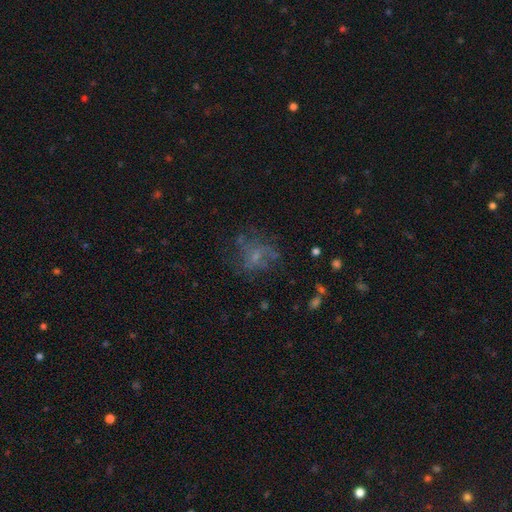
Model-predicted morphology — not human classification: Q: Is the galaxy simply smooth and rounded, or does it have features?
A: featured or disk — 43%.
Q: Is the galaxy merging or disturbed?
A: none — 54%.